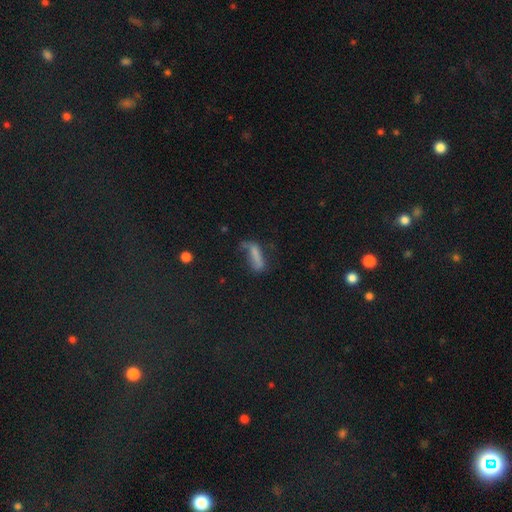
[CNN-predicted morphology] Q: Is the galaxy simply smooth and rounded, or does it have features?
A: smooth — 63%.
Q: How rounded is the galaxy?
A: cigar-shaped — 63%.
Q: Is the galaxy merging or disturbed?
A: none — 37%.